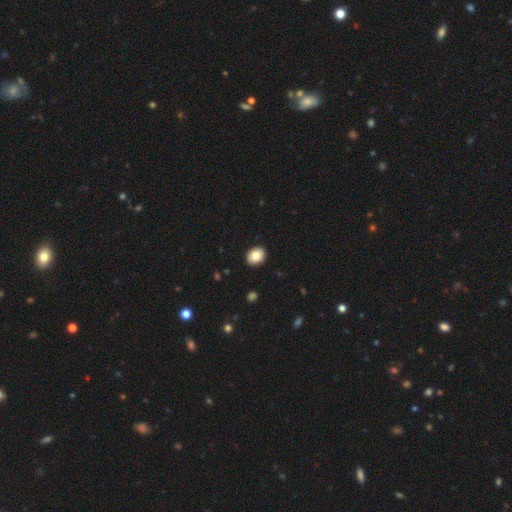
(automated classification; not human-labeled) A smooth galaxy with no disk features (85%) that is in between round and cigar-shaped (52%). Merging: none (91%).